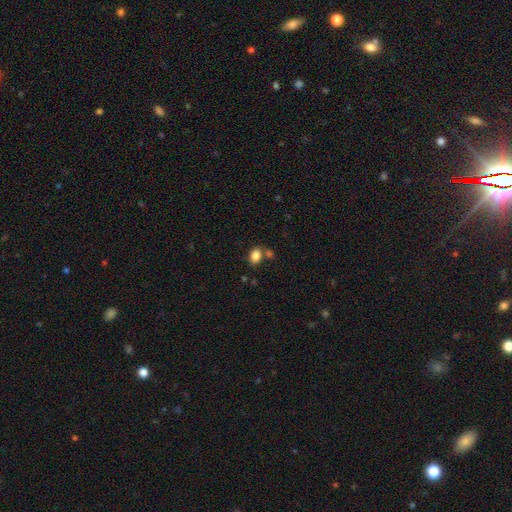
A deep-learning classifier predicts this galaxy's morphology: smooth 85%, star or artifact 10%, featured or disk 5%. Down the decision tree: how rounded — in between (75%); merging — none (66%).